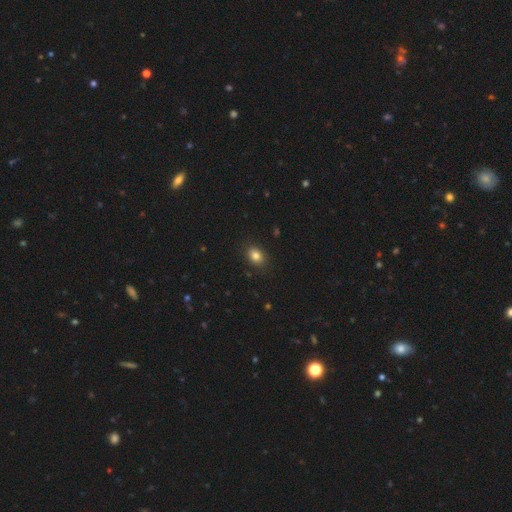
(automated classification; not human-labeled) This is clearly a smooth galaxy (83%). How rounded: likely in between (69%). Merging: clearly none (87%).